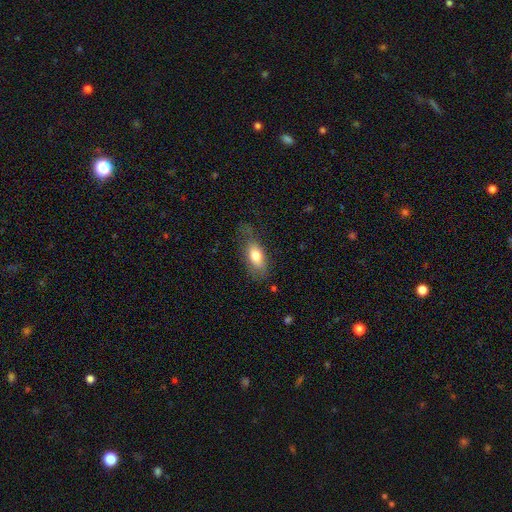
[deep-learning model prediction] Smooth or featured: smooth — 73% (featured or disk — 19%)
How rounded: in between — 84% (cigar-shaped — 11%)
Merging: none — 58% (minor disturbance — 27%)